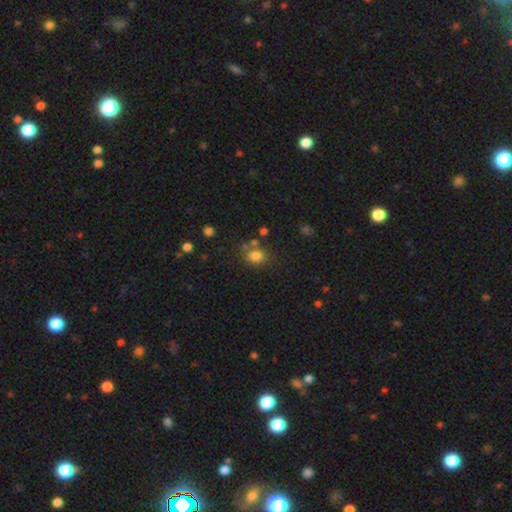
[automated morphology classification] A smooth galaxy with no disk features (79%) that is round (63%).

Vote fractions:
- Smooth or featured? smooth: 79% / star or artifact: 13% / featured or disk: 8%
- How rounded? round: 63% / in between: 36% / cigar-shaped: 1%
- Merging? none: 62% / minor disturbance: 17% / merger: 15% / major disturbance: 7%